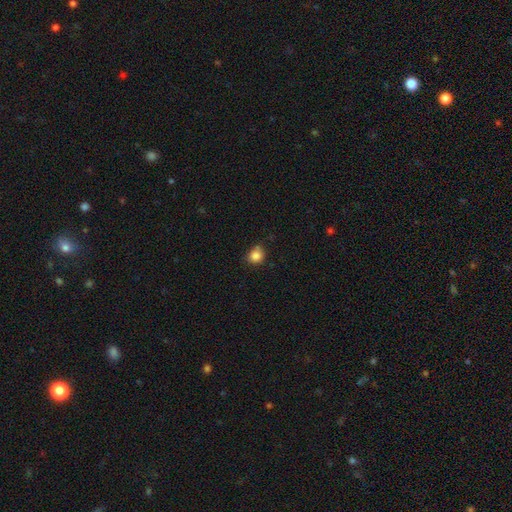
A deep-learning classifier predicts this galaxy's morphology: smooth 85%, star or artifact 11%, featured or disk 4%. Down the decision tree: how rounded — round (82%); merging — none (70%).